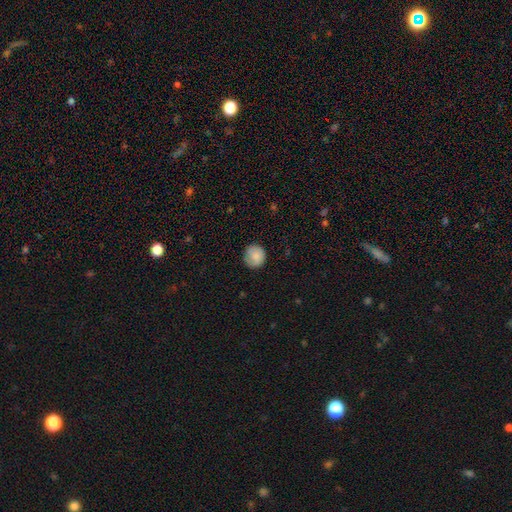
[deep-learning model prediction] Morphology: type=smooth (85%); roundness=round (89%); merging=none (79%).